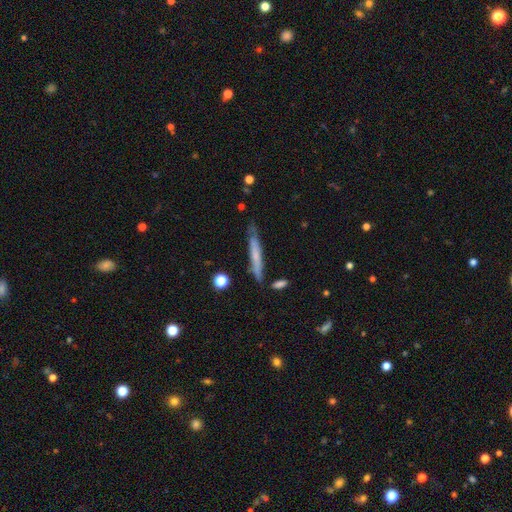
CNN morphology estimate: This appears to be a smooth galaxy with no disk features (54%) that is cigar-shaped (94%). Merging: none (74%).